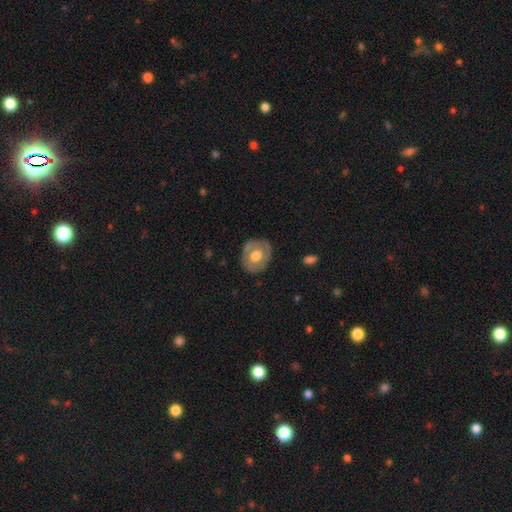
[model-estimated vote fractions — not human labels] Overall: featured or disk (50%; smooth 44%). Edge-on disk: no (95%). Merging: none (78%).